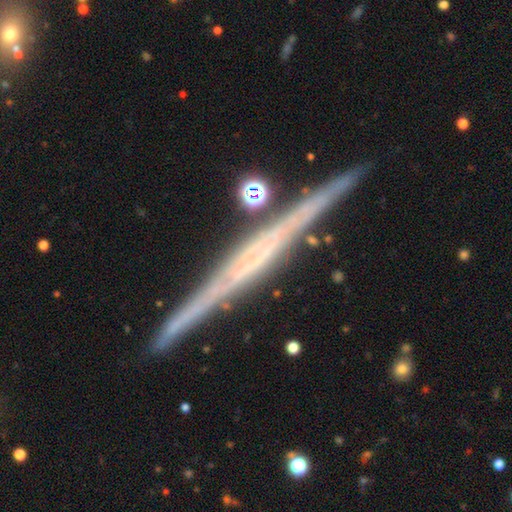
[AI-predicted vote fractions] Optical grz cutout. It shows a featured or disk galaxy (79%) viewed edge-on (98%) with no central bulge (65%). Merging: none (89%).